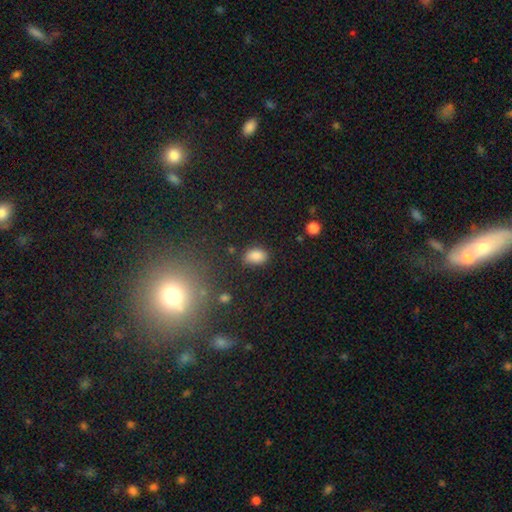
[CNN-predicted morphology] smooth-or-featured: smooth: 86% | star or artifact: 10% | featured or disk: 5%
  how-rounded: in between: 85% | round: 13% | cigar-shaped: 1%
  merging: none: 77% | minor disturbance: 16% | major disturbance: 4% | merger: 3%